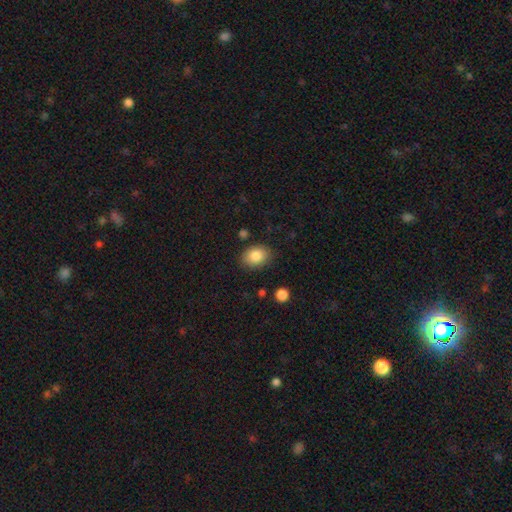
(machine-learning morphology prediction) smooth 85%, star or artifact 8%, featured or disk 7%. Down the decision tree: how rounded — in between (65%); merging — none (83%).